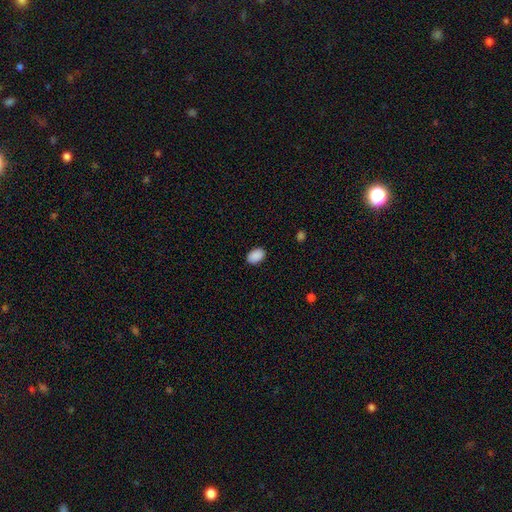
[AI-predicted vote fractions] smooth-or-featured: smooth: 90% | star or artifact: 7% | featured or disk: 3%
  how-rounded: in between: 86% | round: 13% | cigar-shaped: 1%
  merging: none: 88% | minor disturbance: 9% | major disturbance: 2% | merger: 1%